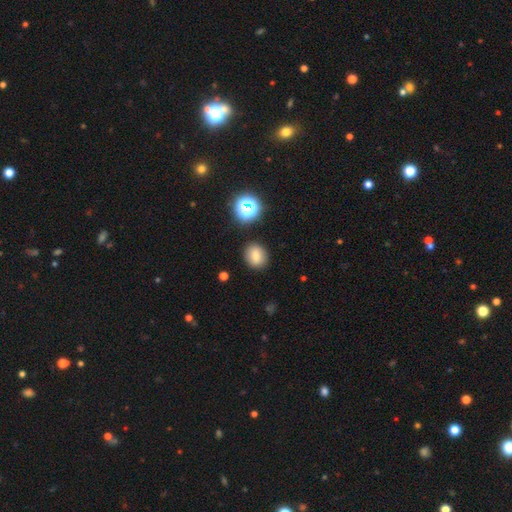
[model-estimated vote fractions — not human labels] Morphology: type=smooth (78%); roundness=round (72%); merging=none (87%).